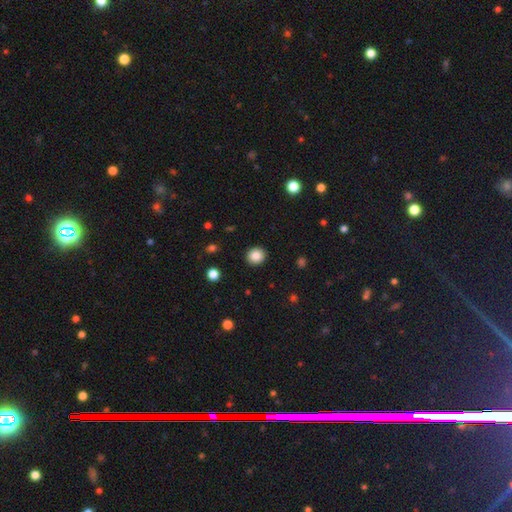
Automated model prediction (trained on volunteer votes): This is clearly a smooth galaxy (86%). How rounded: clearly round (87%). Merging: clearly none (92%).